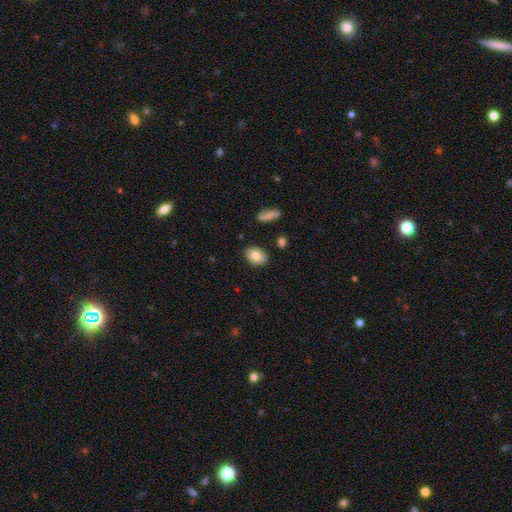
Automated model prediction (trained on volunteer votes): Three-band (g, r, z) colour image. It shows a smooth galaxy with no disk features (78%) that is in between round and cigar-shaped (76%). Merging: none (85%).